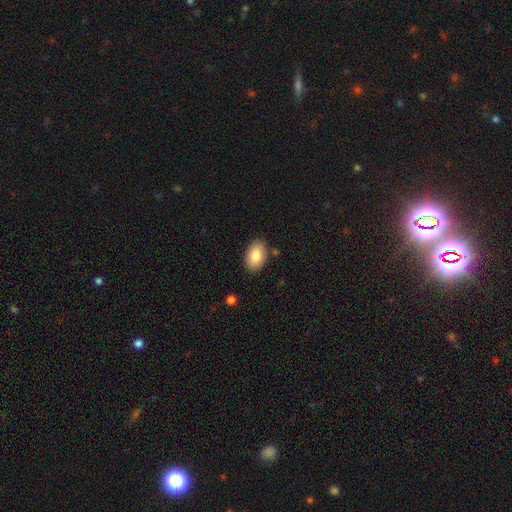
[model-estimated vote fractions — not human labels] A smooth galaxy with no disk features (83%) that is in between round and cigar-shaped (90%).

Vote fractions:
- Smooth or featured? smooth: 83% / featured or disk: 10% / star or artifact: 7%
- How rounded? in between: 90% / round: 8% / cigar-shaped: 1%
- Merging? none: 85% / minor disturbance: 10% / major disturbance: 2% / merger: 2%